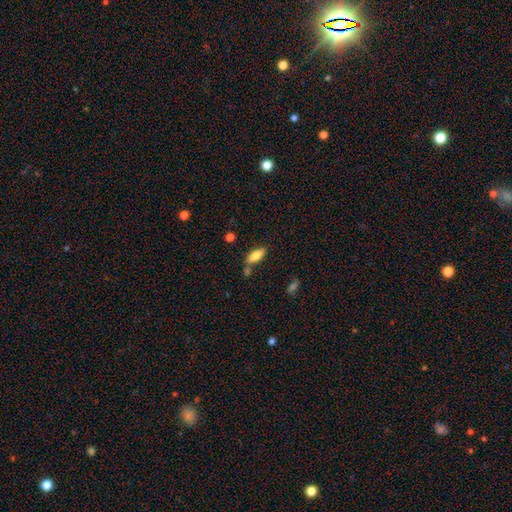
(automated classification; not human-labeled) Morphology: type=smooth (81%); roundness=in between (77%); merging=none (67%).